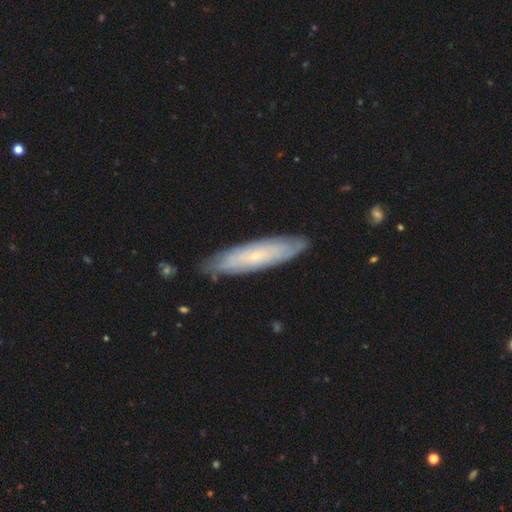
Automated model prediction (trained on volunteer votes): smooth_or_featured: featured or disk (p=0.62) [alt: smooth p=0.31]
disk_edge_on: no (p=0.63) [alt: yes p=0.37]
merging: none (p=0.83) [alt: minor disturbance p=0.14]